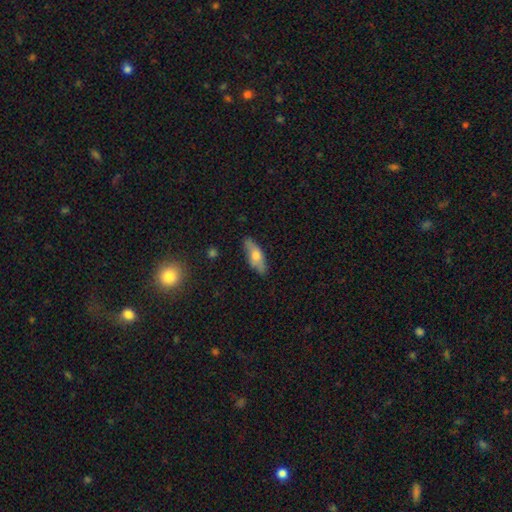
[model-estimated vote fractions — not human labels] Q: Smooth or featured?
A: smooth (63%); runner-up: featured or disk (31%)
Q: How rounded?
A: in between (64%); runner-up: cigar-shaped (33%)
Q: Merging?
A: none (80%); runner-up: minor disturbance (16%)